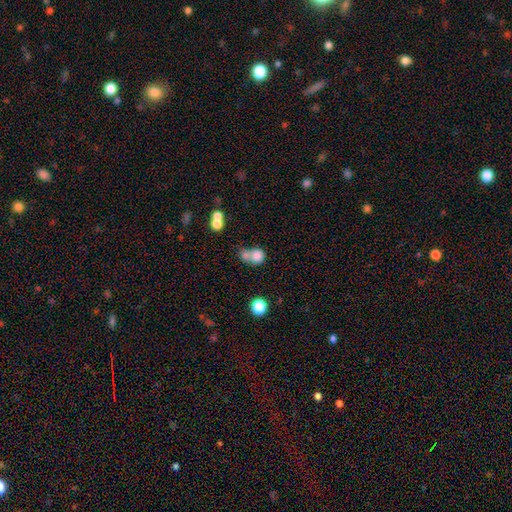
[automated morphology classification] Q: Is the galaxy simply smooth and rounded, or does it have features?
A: smooth — 76%.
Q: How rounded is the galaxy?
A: round — 78%.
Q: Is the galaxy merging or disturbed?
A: merger — 53%.